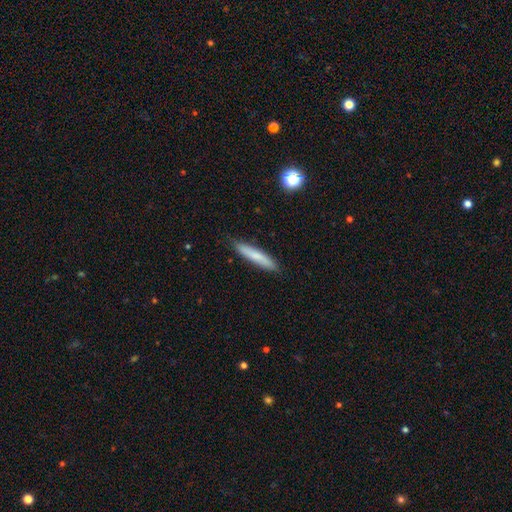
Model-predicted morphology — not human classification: Smooth or featured: smooth — 74% (featured or disk — 19%)
How rounded: cigar-shaped — 91% (in between — 8%)
Merging: none — 87% (minor disturbance — 10%)